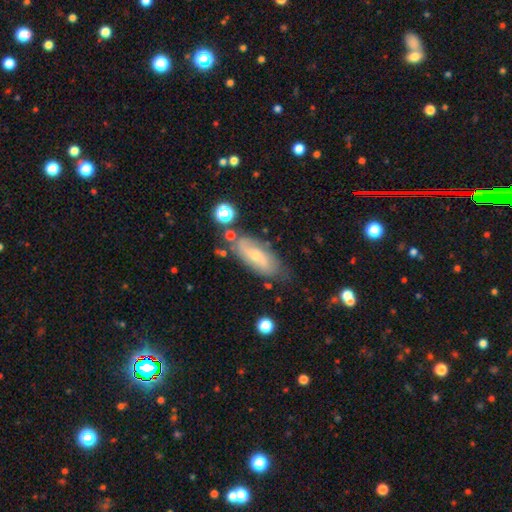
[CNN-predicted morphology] A featured or disk galaxy (56%).

Vote fractions:
- Smooth or featured? featured or disk: 56% / smooth: 36% / star or artifact: 8%
- Edge-on disk? no: 85% / yes: 15%
- Merging? none: 66% / minor disturbance: 22% / major disturbance: 7% / merger: 6%